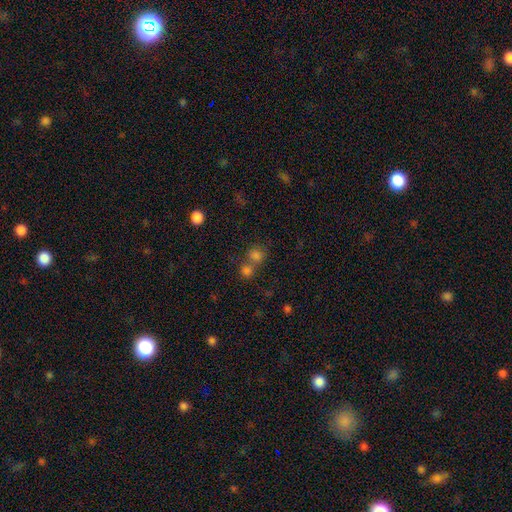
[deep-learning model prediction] Smooth or featured?
  - smooth: 74% *
  - star or artifact: 18%
  - featured or disk: 8%
How rounded?
  - round: 79% *
  - in between: 20%
  - cigar-shaped: 1%
Merging?
  - merger: 47% *
  - none: 43%
  - minor disturbance: 7%
  - major disturbance: 4%